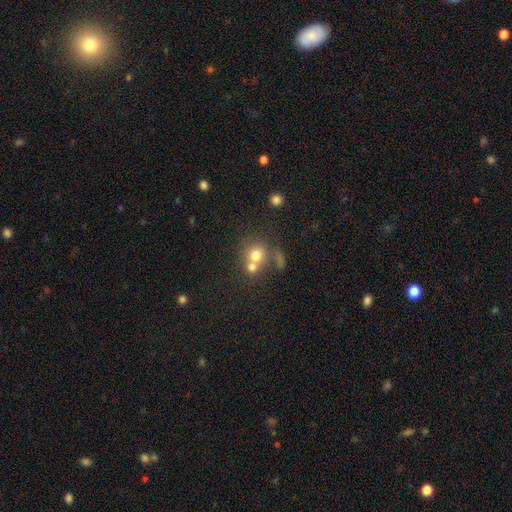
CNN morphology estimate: type=smooth (71%); roundness=round (83%); merging=merger (54%).